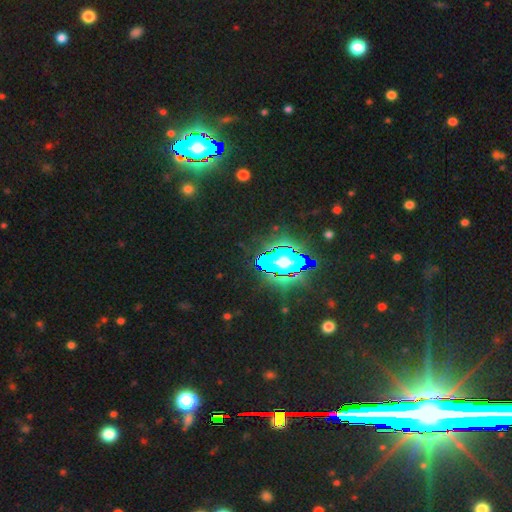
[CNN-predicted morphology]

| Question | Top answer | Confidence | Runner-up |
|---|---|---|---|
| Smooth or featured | star or artifact | 76% | smooth (13%) |